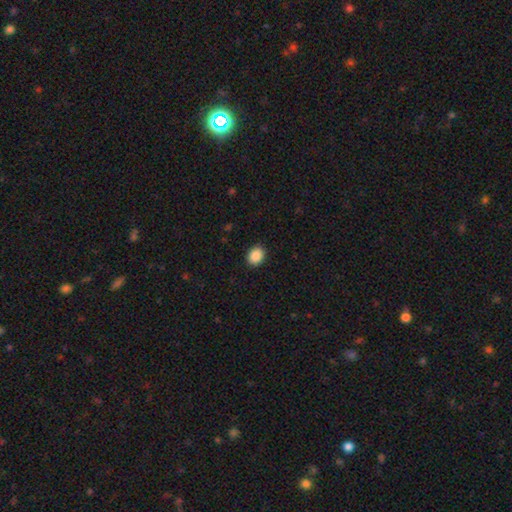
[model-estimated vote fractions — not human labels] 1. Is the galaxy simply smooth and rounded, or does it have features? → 89% smooth, 8% star or artifact, 3% featured or disk.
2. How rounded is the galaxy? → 51% round, 48% in between, 1% cigar-shaped.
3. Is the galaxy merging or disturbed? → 91% none, 6% minor disturbance, 2% major disturbance, 1% merger.